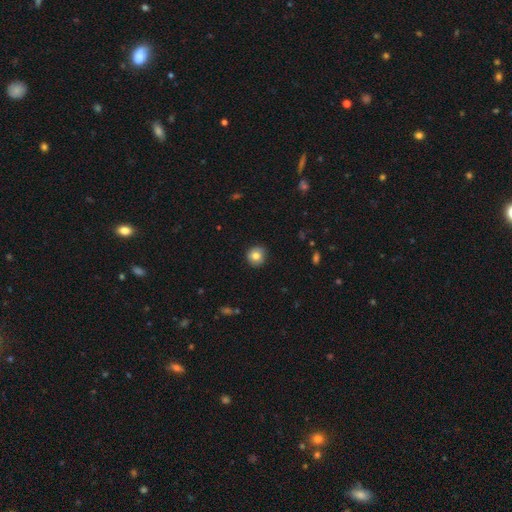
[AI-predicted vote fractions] The model was most divided on "smooth or featured": smooth: 79%, featured or disk: 12%, star or artifact: 9%. More confident: how rounded — round (91%); merging — none (88%).